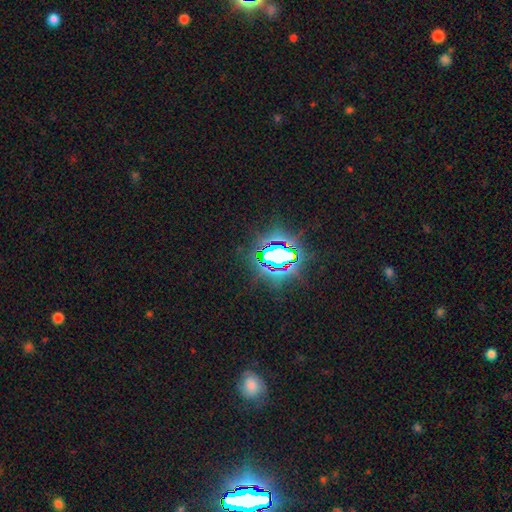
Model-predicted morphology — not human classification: smooth_or_featured: star or artifact (p=0.82) [alt: smooth p=0.11]